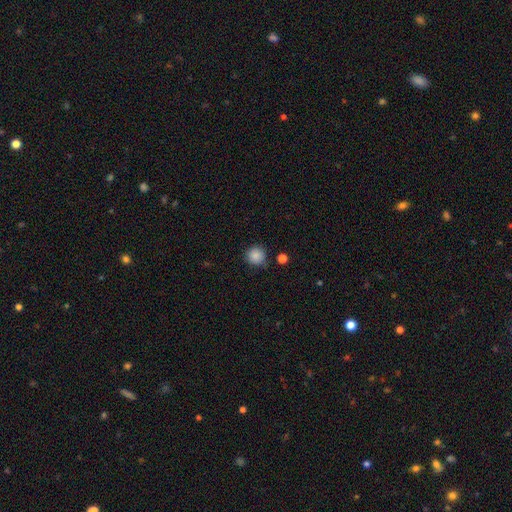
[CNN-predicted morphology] This is clearly a smooth galaxy (86%). How rounded: clearly round (93%). Merging: clearly none (80%).